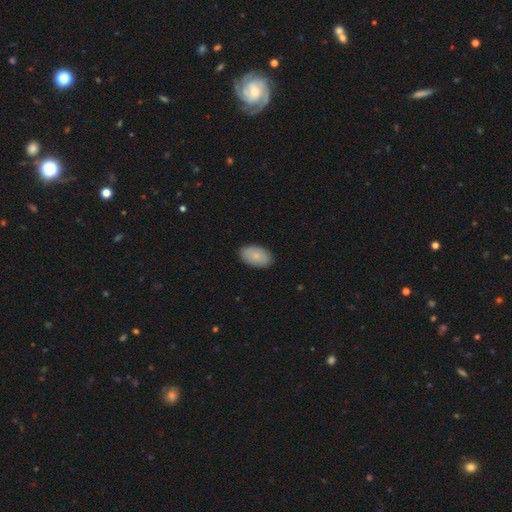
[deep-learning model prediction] Smooth or featured? Predicted: smooth (p=0.83). How rounded? Predicted: in between (p=0.94). Merging? Predicted: none (p=0.88).